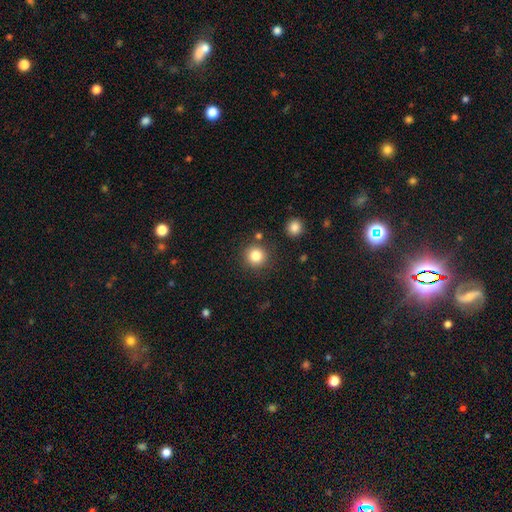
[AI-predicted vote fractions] Smooth or featured: smooth — 82% (star or artifact — 11%)
How rounded: round — 93% (in between — 6%)
Merging: none — 85% (minor disturbance — 7%)